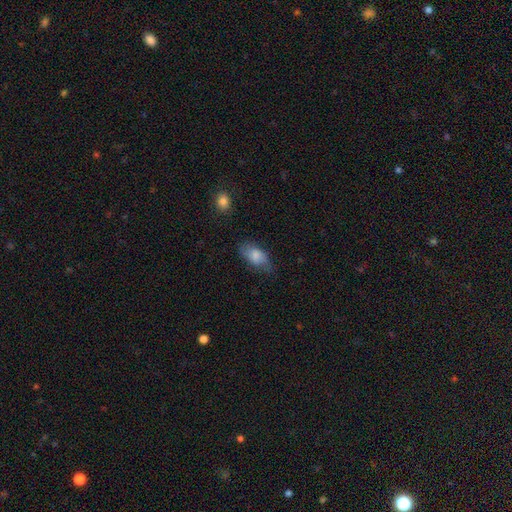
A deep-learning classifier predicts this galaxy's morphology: A smooth galaxy with no disk features (77%) that is in between round and cigar-shaped (91%). Merging: none (64%).